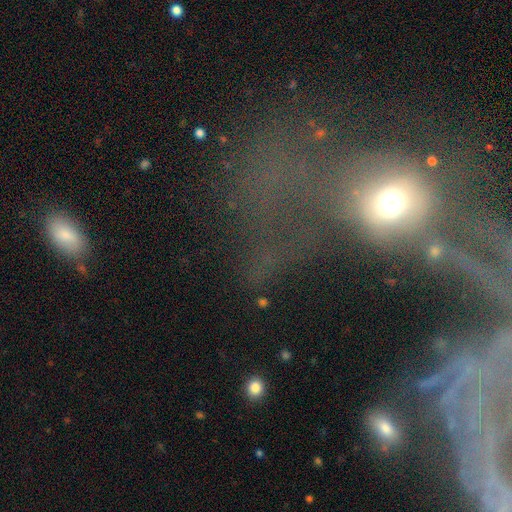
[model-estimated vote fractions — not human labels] This is possibly a featured or disk galaxy (46%). Merging: marginally major disturbance (35%).